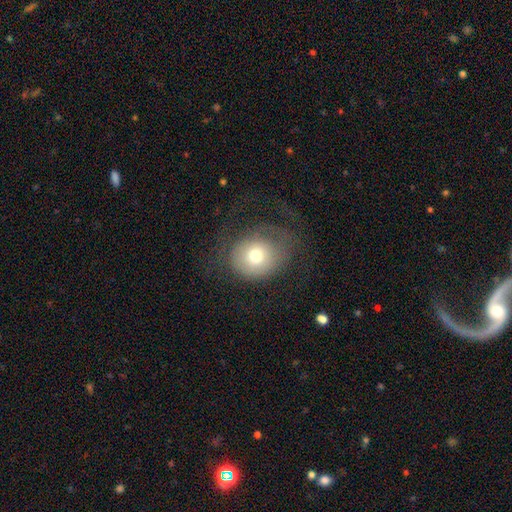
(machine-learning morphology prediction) A smooth galaxy with no disk features (67%) that is round (62%). Merging: none (47%).